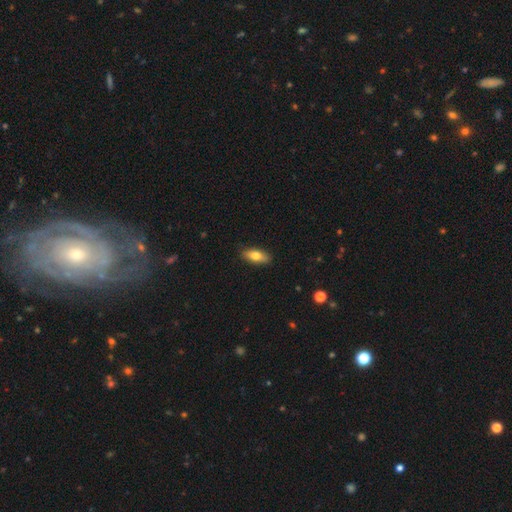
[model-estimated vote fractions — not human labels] This appears to be a smooth galaxy with no disk features (74%) that is in between round and cigar-shaped (77%). Merging: none (88%).